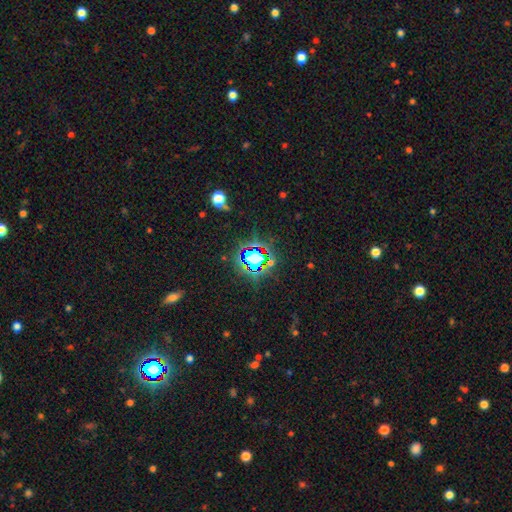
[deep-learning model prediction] Overall: star or artifact (68%).